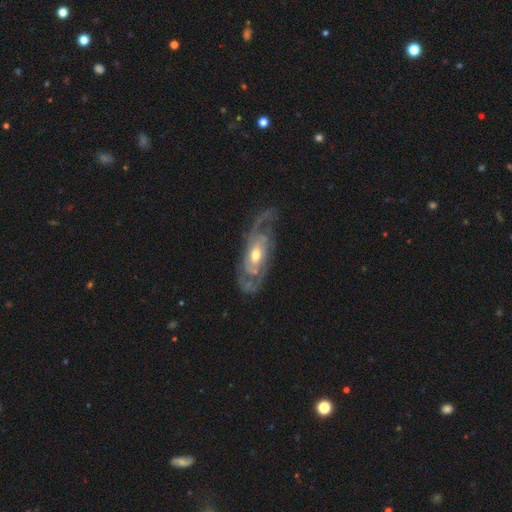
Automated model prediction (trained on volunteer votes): Q: Smooth or featured?
A: featured or disk (87%); runner-up: smooth (8%)
Q: Edge-on disk?
A: no (91%); runner-up: yes (9%)
Q: Bar?
A: no (59%); runner-up: weak (31%)
Q: Spiral arms?
A: yes (92%); runner-up: no (8%)
Q: Spiral winding?
A: tight (47%); runner-up: medium (38%)
Q: Spiral arm count?
A: 2 (45%); runner-up: can't tell (28%)
Q: Bulge size?
A: moderate (70%); runner-up: small (22%)
Q: Merging?
A: none (64%); runner-up: minor disturbance (20%)